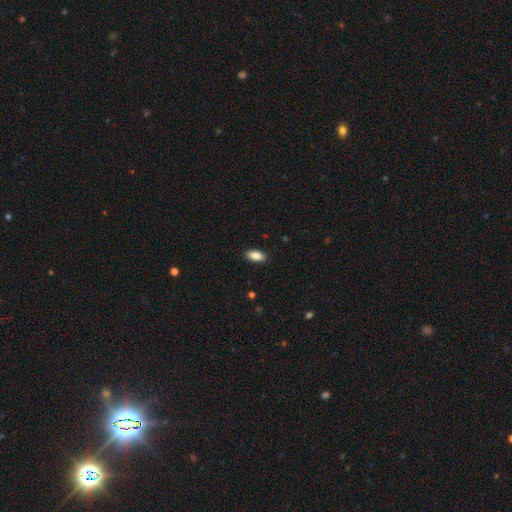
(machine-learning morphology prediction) This appears to be a smooth galaxy with no disk features (87%) that is in between round and cigar-shaped (88%). Merging: none (89%).